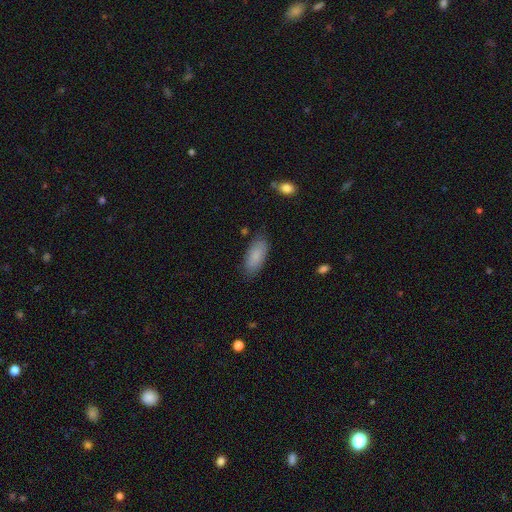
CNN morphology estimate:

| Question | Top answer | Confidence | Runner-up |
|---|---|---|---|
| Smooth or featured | smooth | 83% | featured or disk (10%) |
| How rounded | in between | 87% | cigar-shaped (11%) |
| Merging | none | 80% | minor disturbance (15%) |